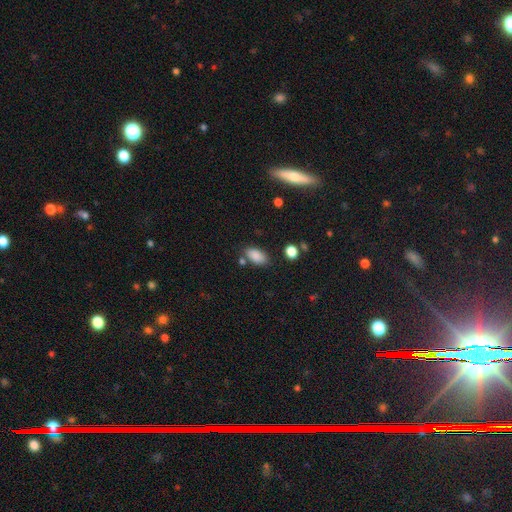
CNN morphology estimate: This is clearly a smooth galaxy (86%). How rounded: clearly in between (92%). Merging: likely none (76%).